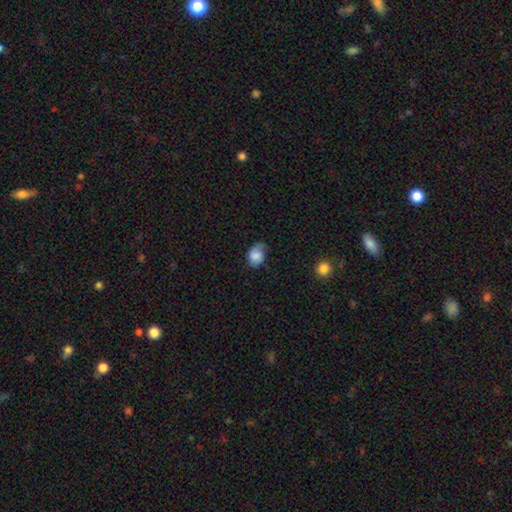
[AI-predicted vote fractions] Smooth or featured?
  - smooth: 82% *
  - featured or disk: 10%
  - star or artifact: 8%
How rounded?
  - in between: 69% *
  - round: 30%
  - cigar-shaped: 1%
Merging?
  - none: 58% *
  - minor disturbance: 33%
  - major disturbance: 7%
  - merger: 1%